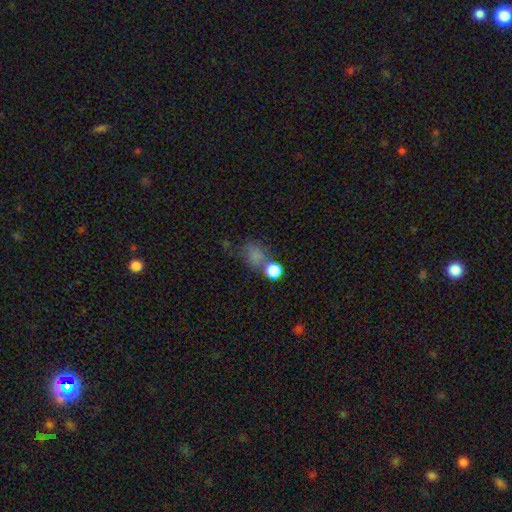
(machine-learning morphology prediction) type=smooth (75%); roundness=round (62%); merging=none (44%).